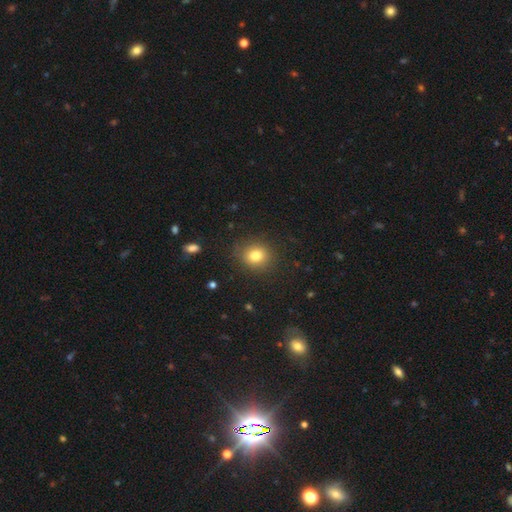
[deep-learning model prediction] This is likely a smooth galaxy (80%). How rounded: likely round (76%). Merging: clearly none (86%).